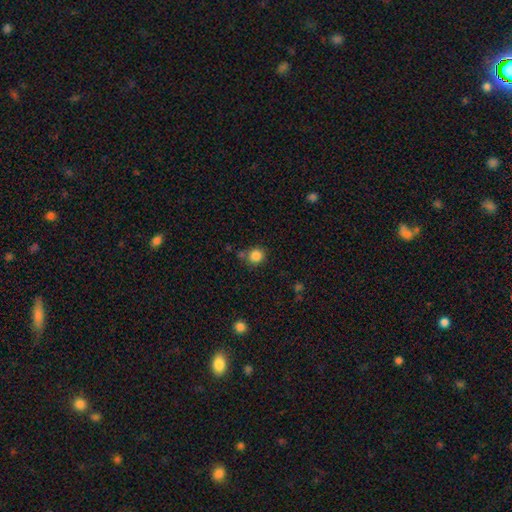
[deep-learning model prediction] This appears to be a smooth galaxy with no disk features (85%) that is round (89%). Merging: none (74%).